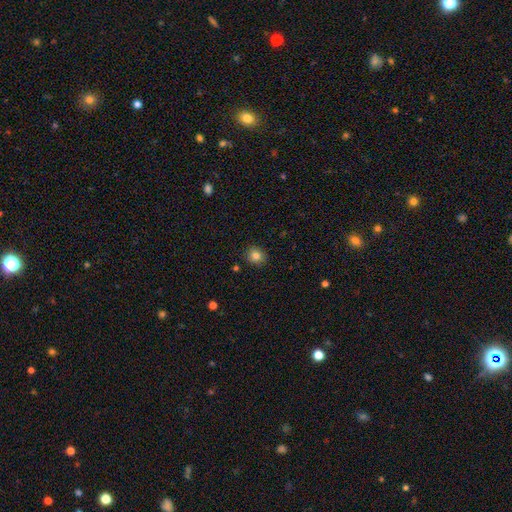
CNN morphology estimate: The model was most divided on "how rounded": round: 77%, in between: 22%, cigar-shaped: 1%. More confident: merging — none (88%); smooth or featured — smooth (83%).